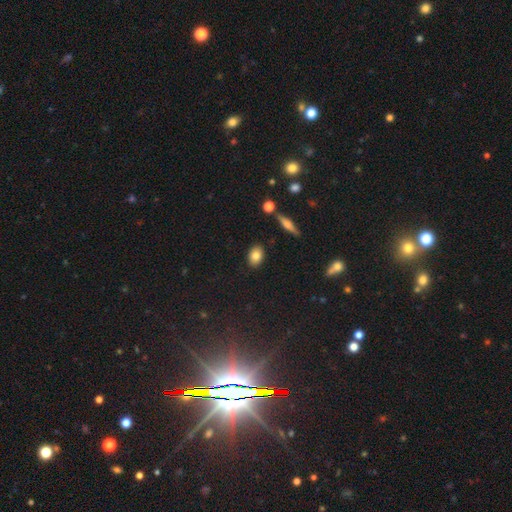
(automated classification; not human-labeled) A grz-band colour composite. It shows a smooth galaxy with no disk features (83%) that is in between round and cigar-shaped (79%). Merging: none (87%).